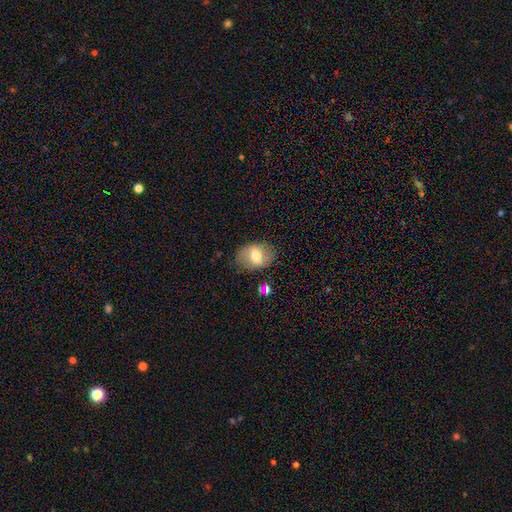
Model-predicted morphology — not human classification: Overall: smooth (57%; featured or disk 35%). How rounded: in between (73%). Merging: none (79%).